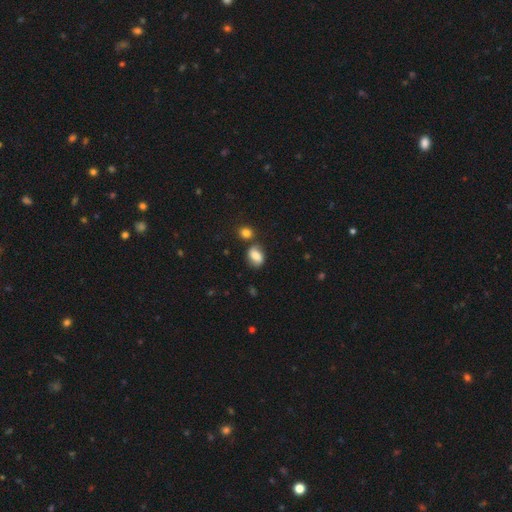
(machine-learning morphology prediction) smooth_or_featured: smooth (p=0.76) [alt: featured or disk p=0.15]
how_rounded: in between (p=0.76) [alt: round p=0.22]
merging: none (p=0.60) [alt: minor disturbance p=0.18]